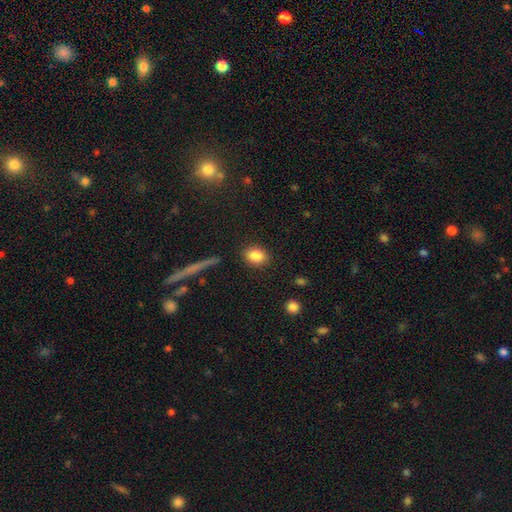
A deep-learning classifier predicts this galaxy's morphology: A smooth galaxy with no disk features (86%) that is in between round and cigar-shaped (62%). Merging: none (87%).